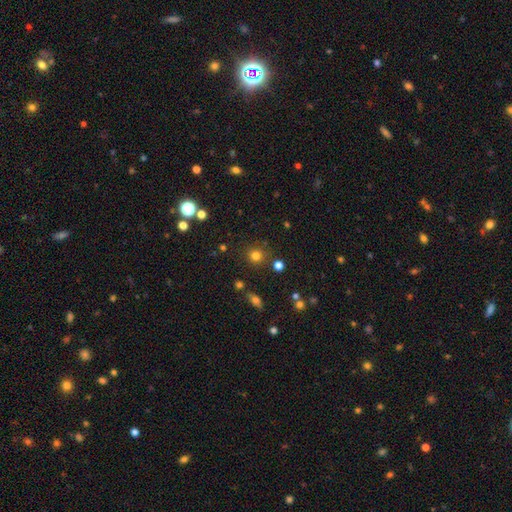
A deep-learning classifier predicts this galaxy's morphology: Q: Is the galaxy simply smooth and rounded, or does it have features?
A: smooth — 78%.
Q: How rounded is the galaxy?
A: round — 90%.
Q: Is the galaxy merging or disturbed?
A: none — 84%.